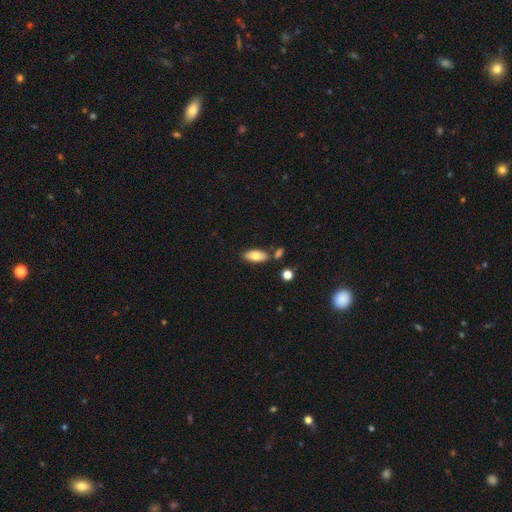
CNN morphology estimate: Q: Smooth or featured?
A: smooth (79%); runner-up: featured or disk (14%)
Q: How rounded?
A: in between (88%); runner-up: cigar-shaped (9%)
Q: Merging?
A: none (76%); runner-up: minor disturbance (12%)